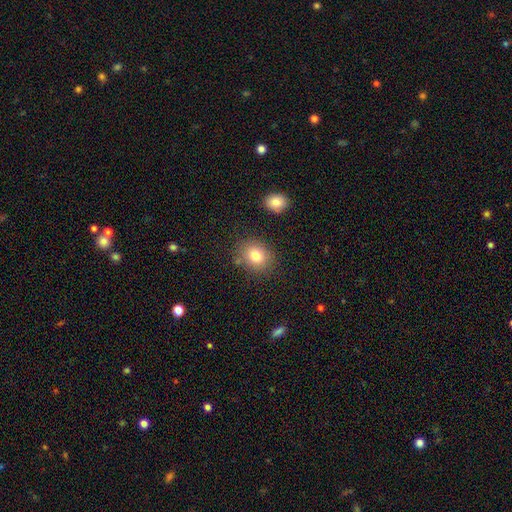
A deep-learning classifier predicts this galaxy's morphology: smooth 80%, star or artifact 11%, featured or disk 9%. Down the decision tree: how rounded — round (56%); merging — none (80%).